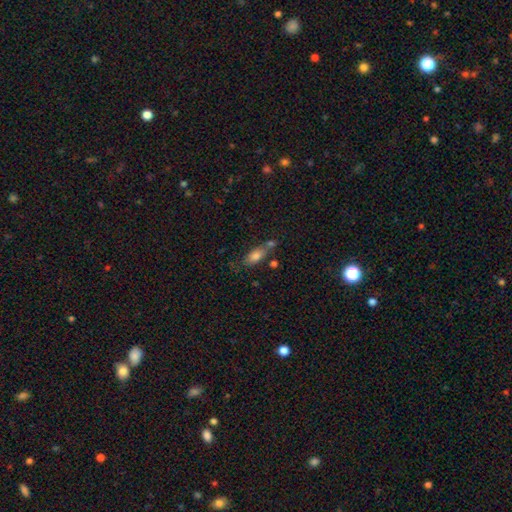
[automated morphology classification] A smooth galaxy with no disk features (76%) that is in between round and cigar-shaped (81%). Merging: none (49%).